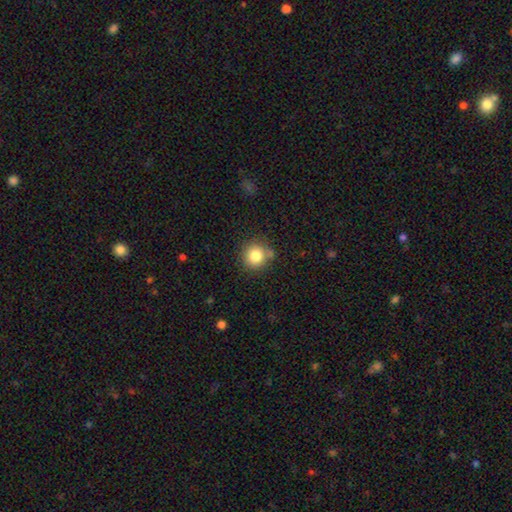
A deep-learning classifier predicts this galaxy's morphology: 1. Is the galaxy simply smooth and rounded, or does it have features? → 82% smooth, 11% star or artifact, 7% featured or disk.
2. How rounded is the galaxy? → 93% round, 6% in between, 1% cigar-shaped.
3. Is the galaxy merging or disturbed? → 77% none, 12% minor disturbance, 7% merger, 4% major disturbance.